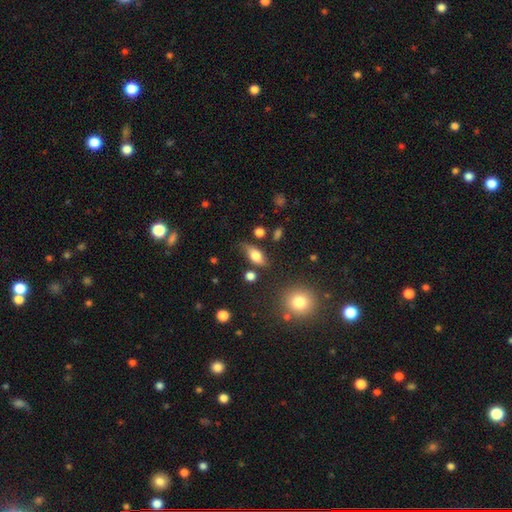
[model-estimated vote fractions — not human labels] This is likely a smooth galaxy (68%). How rounded: likely in between (80%). Merging: likely none (63%).